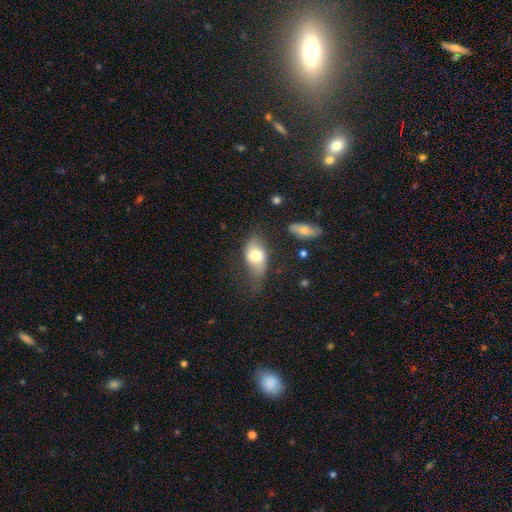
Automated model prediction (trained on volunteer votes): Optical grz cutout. It shows a smooth galaxy with no disk features (70%) that is in between round and cigar-shaped (86%). Merging: none (46%).